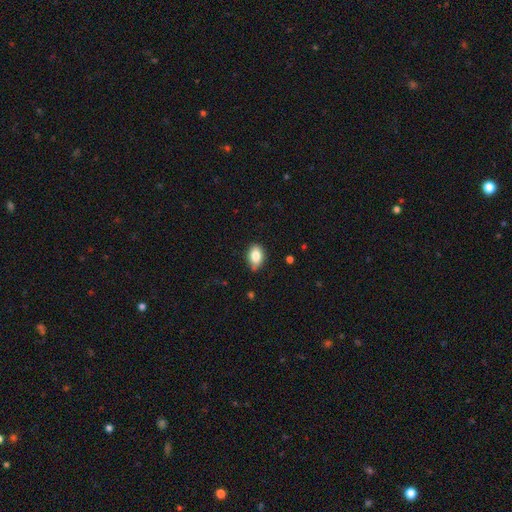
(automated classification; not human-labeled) smooth-or-featured: smooth: 82% | featured or disk: 10% | star or artifact: 8%
  how-rounded: in between: 82% | round: 16% | cigar-shaped: 2%
  merging: none: 70% | minor disturbance: 24% | major disturbance: 3% | merger: 2%